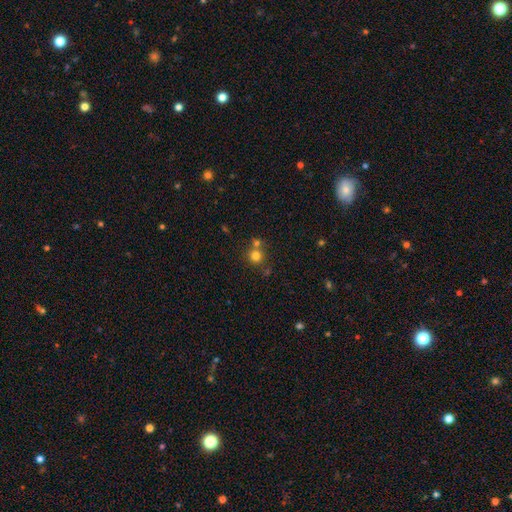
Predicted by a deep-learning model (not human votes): This is likely a smooth galaxy (76%). How rounded: clearly round (91%). Merging: likely none (63%).